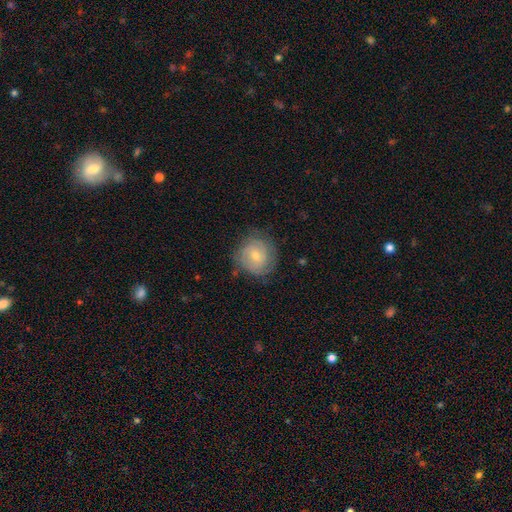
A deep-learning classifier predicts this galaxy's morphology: featured or disk 55%, smooth 36%, star or artifact 9%. Down the decision tree: edge-on disk — no (97%); bar — no (67%); spiral arms — yes (81%); bulge size — small (50%); merging — none (75%).